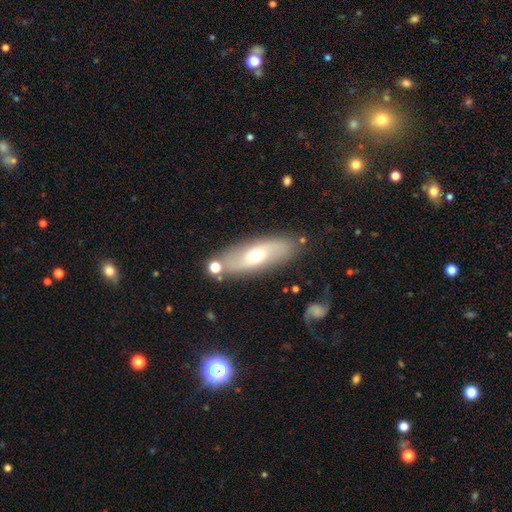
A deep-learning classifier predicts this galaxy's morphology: The model was most divided on "smooth or featured": featured or disk: 52%, smooth: 41%, star or artifact: 7%. More confident: merging — none (78%); edge-on disk — no (74%).